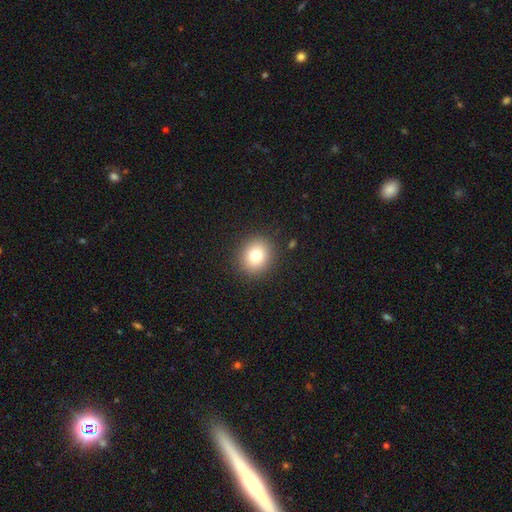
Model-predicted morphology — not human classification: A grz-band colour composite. It shows a smooth galaxy with no disk features (78%) that is round (81%). Merging: none (90%).